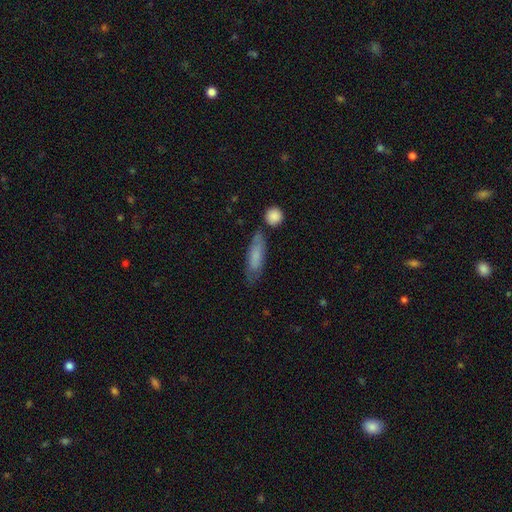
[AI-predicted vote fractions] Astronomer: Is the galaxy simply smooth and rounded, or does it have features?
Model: smooth — 71%.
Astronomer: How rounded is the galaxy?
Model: cigar-shaped — 55% (runner-up: in between, 43%).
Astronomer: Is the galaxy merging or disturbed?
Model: none — 64%.